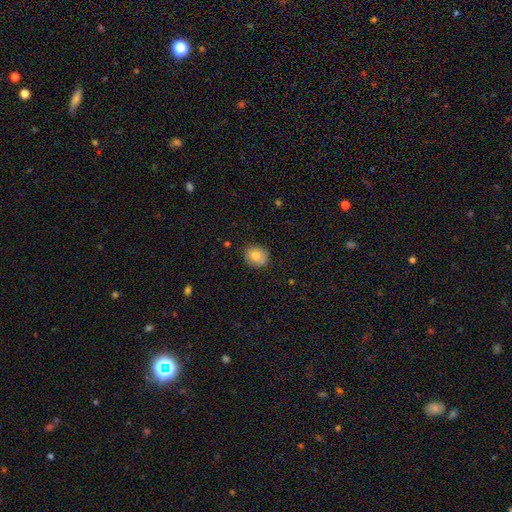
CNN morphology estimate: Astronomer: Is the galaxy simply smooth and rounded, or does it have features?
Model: smooth — 80%.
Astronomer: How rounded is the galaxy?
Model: round — 75%.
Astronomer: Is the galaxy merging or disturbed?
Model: none — 82%.